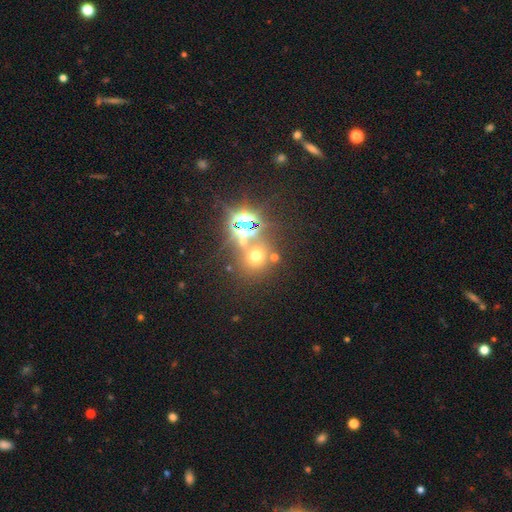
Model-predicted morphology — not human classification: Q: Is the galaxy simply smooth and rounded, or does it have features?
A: smooth — 47%.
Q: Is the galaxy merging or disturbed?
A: none — 65%.